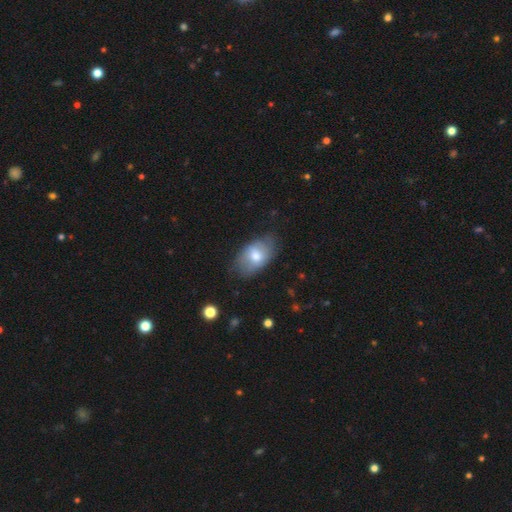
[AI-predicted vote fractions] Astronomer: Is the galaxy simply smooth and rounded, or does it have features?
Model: smooth — 64%.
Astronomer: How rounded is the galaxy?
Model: in between — 90%.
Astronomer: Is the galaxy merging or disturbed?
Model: none — 63%.